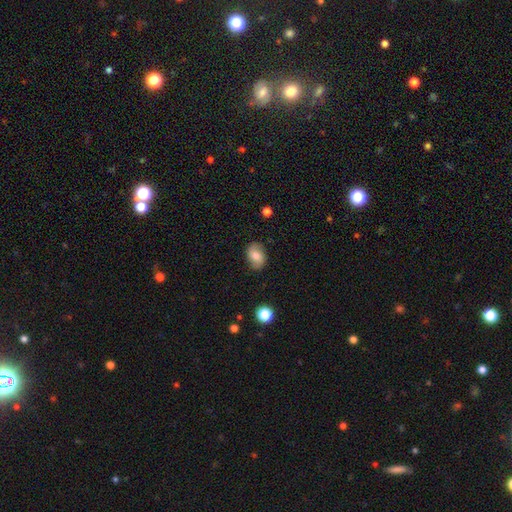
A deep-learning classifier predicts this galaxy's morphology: Smooth or featured?
  - smooth: 72% *
  - featured or disk: 20%
  - star or artifact: 8%
How rounded?
  - in between: 77% *
  - round: 22%
  - cigar-shaped: 1%
Merging?
  - none: 81% *
  - minor disturbance: 14%
  - major disturbance: 3%
  - merger: 1%